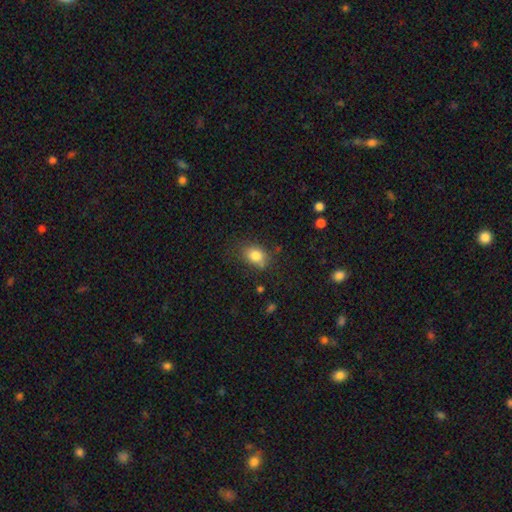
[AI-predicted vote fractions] A smooth galaxy with no disk features (82%) that is in between round and cigar-shaped (67%). Merging: none (70%).